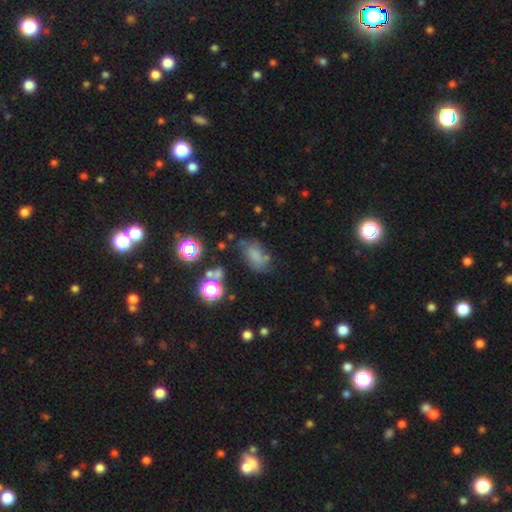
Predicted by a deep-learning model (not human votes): Smooth or featured? smooth (65%)
How rounded? in between (82%)
Merging? none (53%)